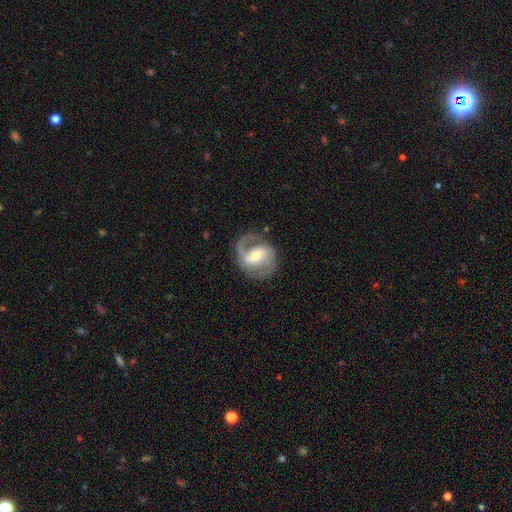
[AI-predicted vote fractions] Smooth or featured? featured or disk (87%)
Edge-on disk? no (98%)
Bar? weak (48%)
Spiral arms? yes (96%)
Spiral winding? medium (54%)
Spiral arm count? 2 (82%)
Bulge size? moderate (59%)
Merging? none (75%)